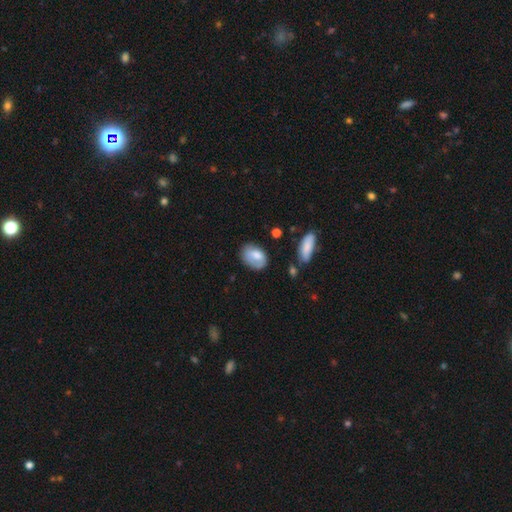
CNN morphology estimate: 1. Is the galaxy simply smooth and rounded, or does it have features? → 73% smooth, 20% featured or disk, 7% star or artifact.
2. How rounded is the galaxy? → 84% in between, 15% round, 2% cigar-shaped.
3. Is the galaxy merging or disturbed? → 56% none, 29% minor disturbance, 11% major disturbance, 4% merger.